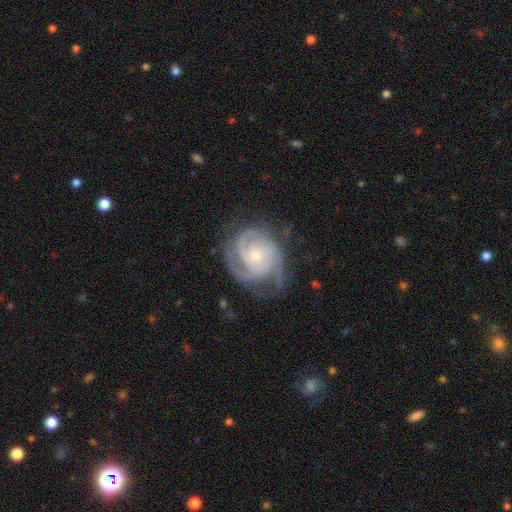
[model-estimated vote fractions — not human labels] Smooth or featured?
  - featured or disk: 88% *
  - smooth: 7%
  - star or artifact: 5%
Edge-on disk?
  - no: 98% *
  - yes: 2%
Bar?
  - no: 75% *
  - weak: 21%
  - strong: 5%
Spiral arms?
  - yes: 97% *
  - no: 3%
Spiral winding?
  - tight: 58% *
  - medium: 35%
  - loose: 7%
Spiral arm count?
  - 3: 49% *
  - 2: 17%
  - can't tell: 13%
  - 4: 12%
  - 1: 5%
  - more than 4: 5%
Bulge size?
  - small: 71% *
  - moderate: 26%
  - none: 2%
  - large: 1%
  - dominant: 1%
Merging?
  - none: 63% *
  - minor disturbance: 21%
  - major disturbance: 14%
  - merger: 2%